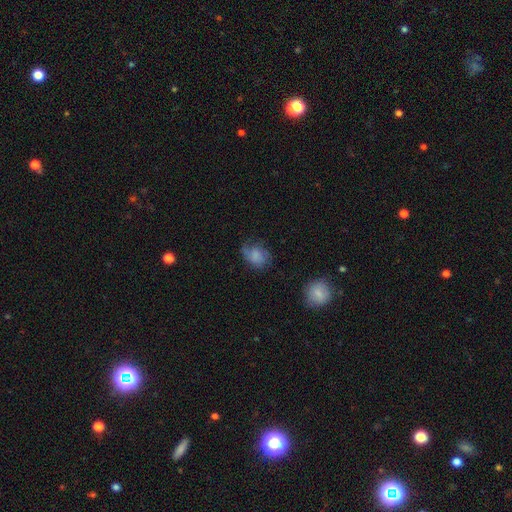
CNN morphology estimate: smooth 59%, featured or disk 30%, star or artifact 10%. Down the decision tree: how rounded — in between (65%); merging — none (48%).